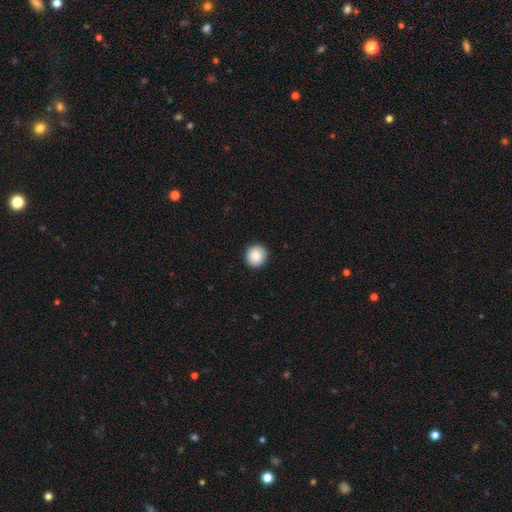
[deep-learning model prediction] Smooth or featured: smooth — 88% (star or artifact — 8%)
How rounded: round — 92% (in between — 7%)
Merging: none — 92% (minor disturbance — 6%)